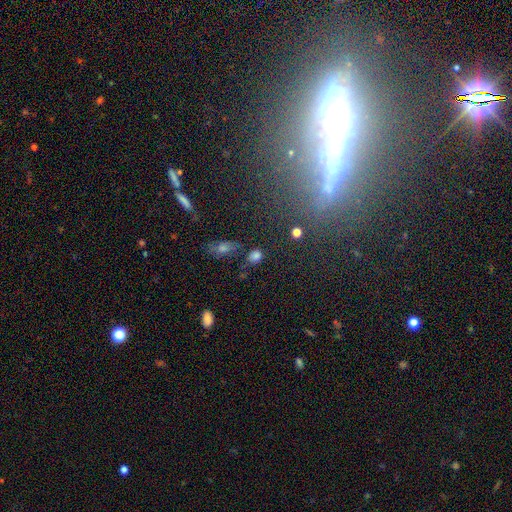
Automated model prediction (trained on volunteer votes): A smooth galaxy with no disk features (78%) that is round (57%). Merging: none (66%).